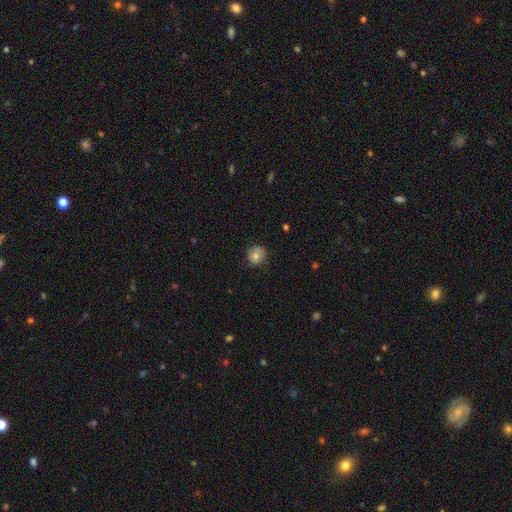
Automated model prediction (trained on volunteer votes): Smooth or featured: smooth — 73% (featured or disk — 19%)
How rounded: round — 84% (in between — 15%)
Merging: none — 79% (minor disturbance — 16%)